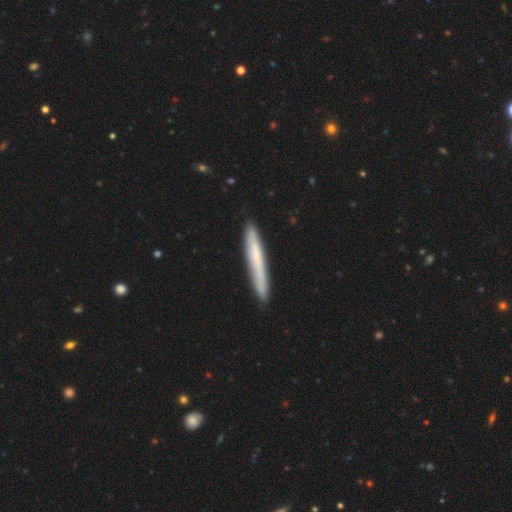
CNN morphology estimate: type=smooth (57%); roundness=cigar-shaped (96%); merging=none (86%).